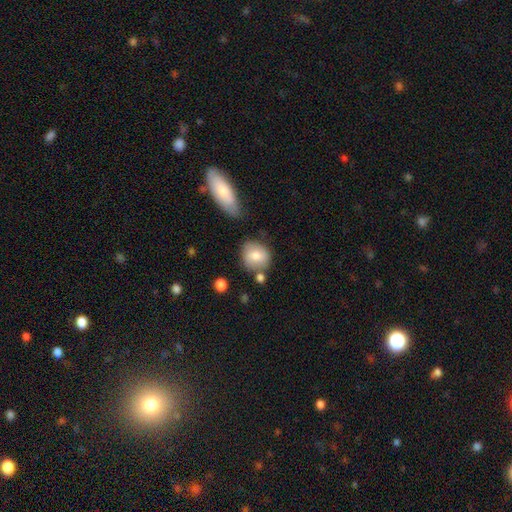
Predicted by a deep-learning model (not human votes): smooth_or_featured: smooth (p=0.76) [alt: featured or disk p=0.16]
how_rounded: round (p=0.77) [alt: in between p=0.21]
merging: none (p=0.65) [alt: minor disturbance p=0.19]